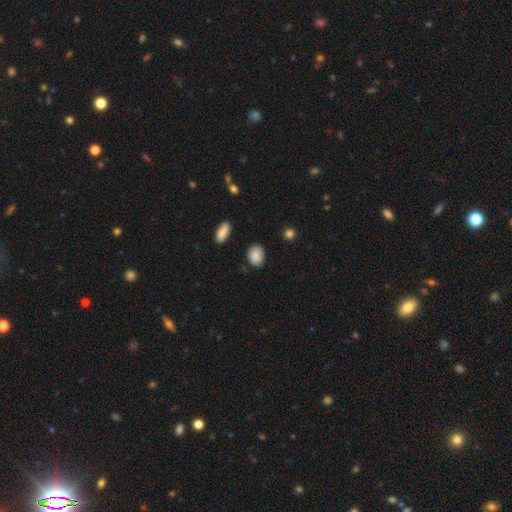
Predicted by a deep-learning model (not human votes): This appears to be a smooth galaxy with no disk features (87%) that is in between round and cigar-shaped (56%). Merging: none (78%).